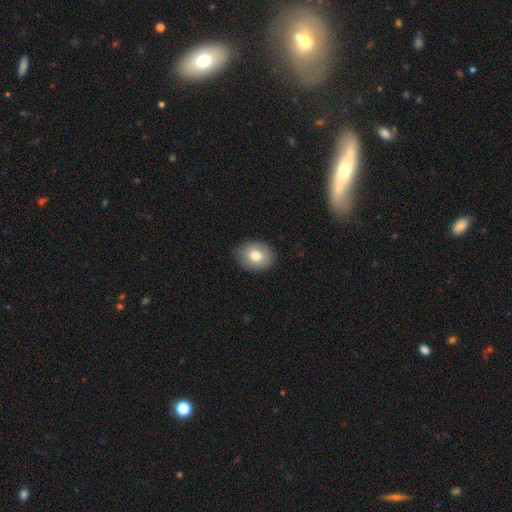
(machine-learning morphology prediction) Smooth or featured? Predicted: smooth (p=0.80). How rounded? Predicted: in between (p=0.52). Merging? Predicted: none (p=0.86).